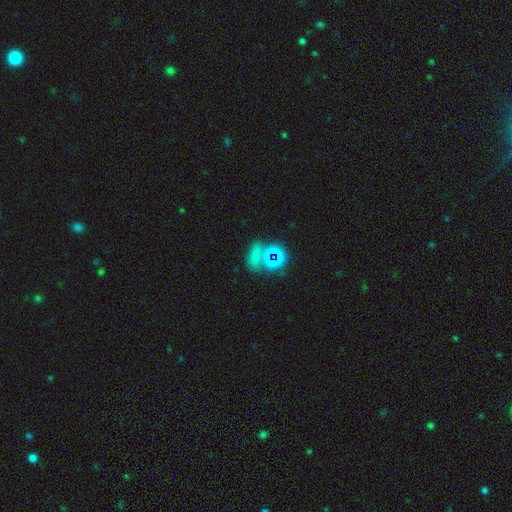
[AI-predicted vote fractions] Smooth or featured: smooth — 46% (star or artifact — 43%)
Merging: none — 55% (merger — 23%)